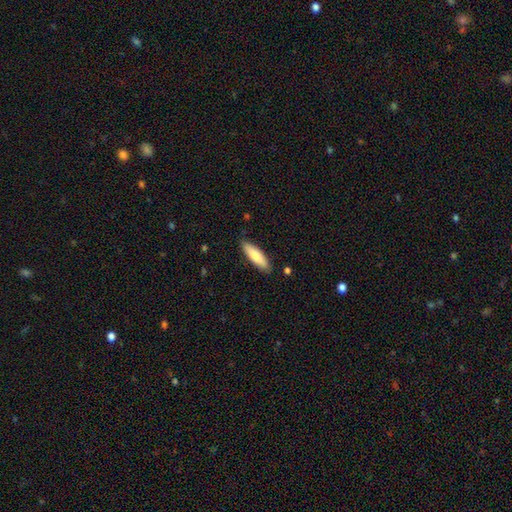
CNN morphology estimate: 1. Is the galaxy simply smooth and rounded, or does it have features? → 78% smooth, 17% featured or disk, 5% star or artifact.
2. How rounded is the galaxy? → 55% cigar-shaped, 44% in between, 1% round.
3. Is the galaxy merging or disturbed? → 87% none, 10% minor disturbance, 2% major disturbance, 1% merger.